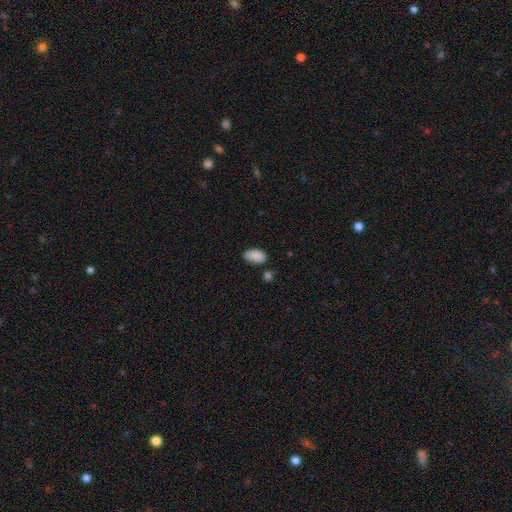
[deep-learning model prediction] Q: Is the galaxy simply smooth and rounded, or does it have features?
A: smooth — 89%.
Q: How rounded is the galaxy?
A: in between — 94%.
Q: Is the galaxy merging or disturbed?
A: none — 73%.